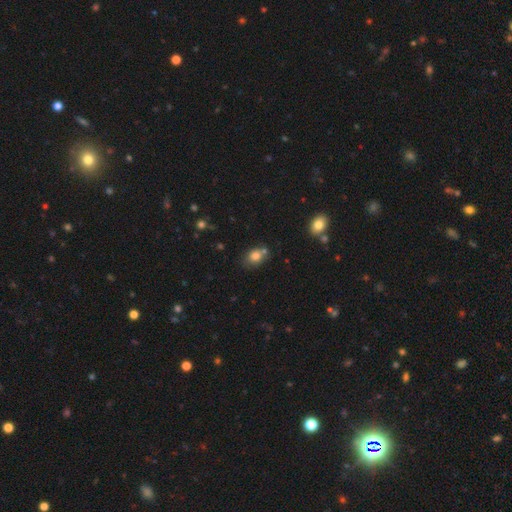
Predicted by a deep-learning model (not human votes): smooth 79%, star or artifact 12%, featured or disk 9%. Down the decision tree: how rounded — in between (54%); merging — none (58%).